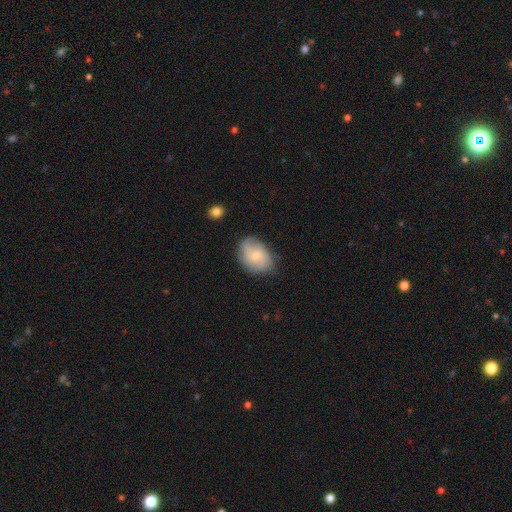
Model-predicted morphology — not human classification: Smooth or featured? smooth (52%)
How rounded? in between (75%)
Merging? none (68%)